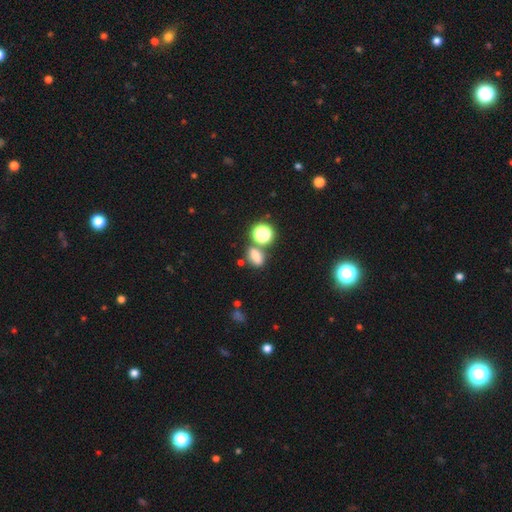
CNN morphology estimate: smooth-or-featured: smooth: 71% | star or artifact: 21% | featured or disk: 8%
  how-rounded: in between: 70% | round: 26% | cigar-shaped: 4%
  merging: none: 62% | merger: 19% | minor disturbance: 14% | major disturbance: 5%